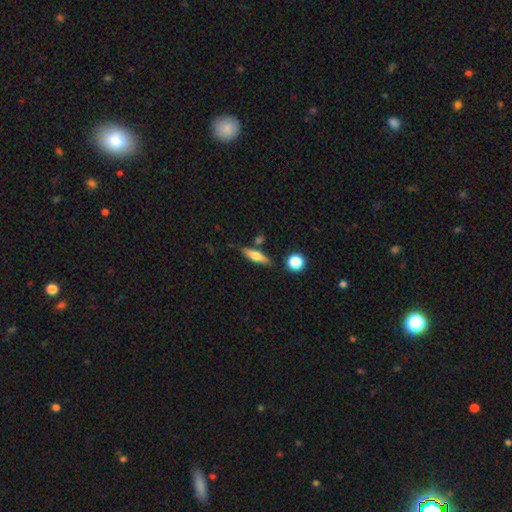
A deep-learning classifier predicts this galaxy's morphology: smooth-or-featured: smooth: 57% | featured or disk: 35% | star or artifact: 8%
  how-rounded: cigar-shaped: 60% | in between: 36% | round: 4%
  merging: none: 77% | minor disturbance: 13% | merger: 7% | major disturbance: 3%